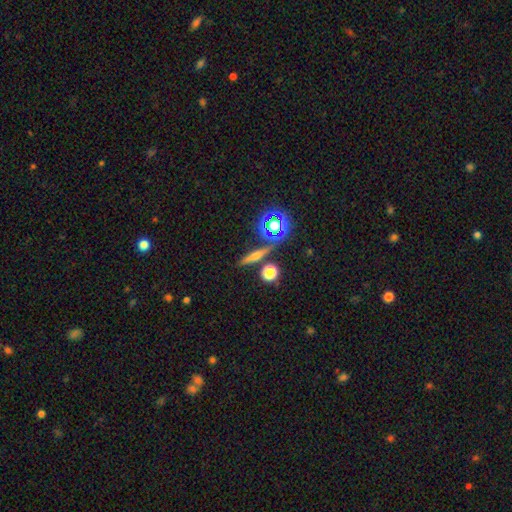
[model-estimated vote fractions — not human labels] Smooth or featured? Predicted: featured or disk (p=0.40). Merging? Predicted: none (p=0.82).